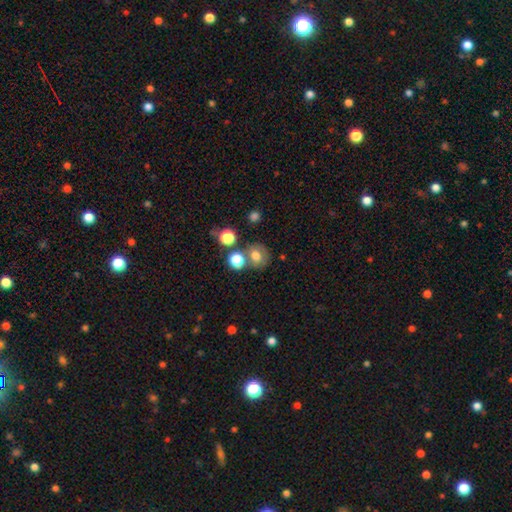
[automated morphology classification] Smooth or featured?
  - smooth: 72% *
  - star or artifact: 15%
  - featured or disk: 13%
How rounded?
  - round: 78% *
  - in between: 21%
  - cigar-shaped: 1%
Merging?
  - none: 60% *
  - merger: 24%
  - minor disturbance: 11%
  - major disturbance: 5%